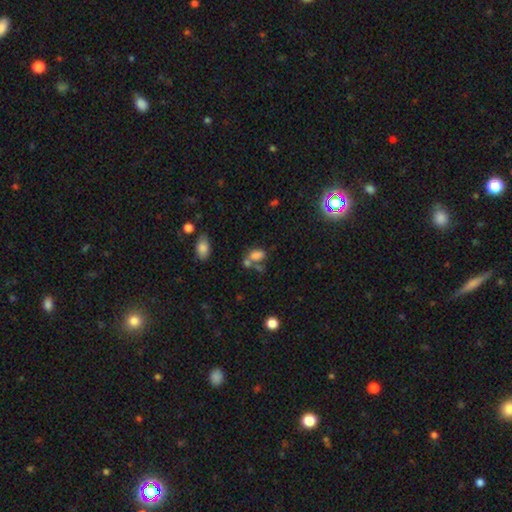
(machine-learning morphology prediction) This is likely a smooth galaxy (75%). How rounded: clearly in between (86%). Merging: marginally merger (38%).